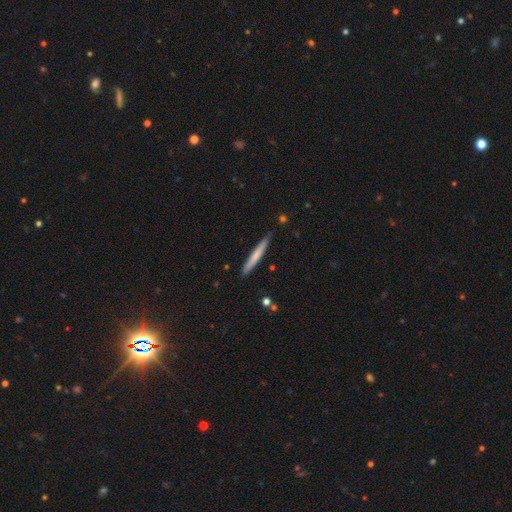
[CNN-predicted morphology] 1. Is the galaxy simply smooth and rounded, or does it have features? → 64% smooth, 31% featured or disk, 5% star or artifact.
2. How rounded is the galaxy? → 96% cigar-shaped, 3% in between, 1% round.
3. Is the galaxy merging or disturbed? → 89% none, 9% minor disturbance, 1% merger, 1% major disturbance.